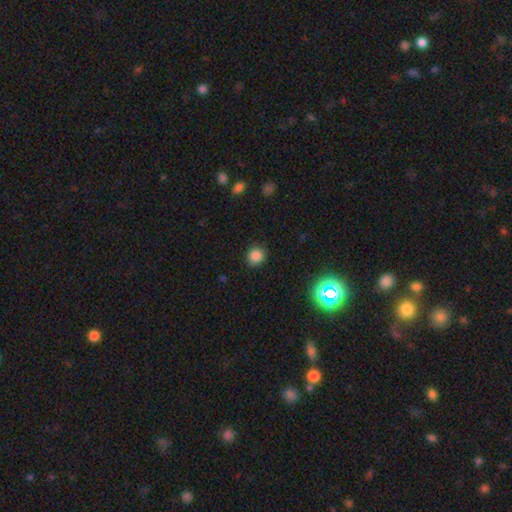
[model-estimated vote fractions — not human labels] Smooth or featured? Predicted: smooth (p=0.84). How rounded? Predicted: round (p=0.81). Merging? Predicted: none (p=0.86).